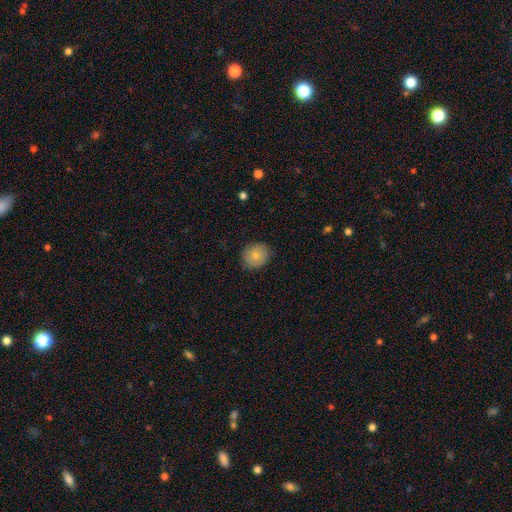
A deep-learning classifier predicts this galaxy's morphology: This appears to be a smooth galaxy with no disk features (75%) that is round (79%). Merging: none (83%).